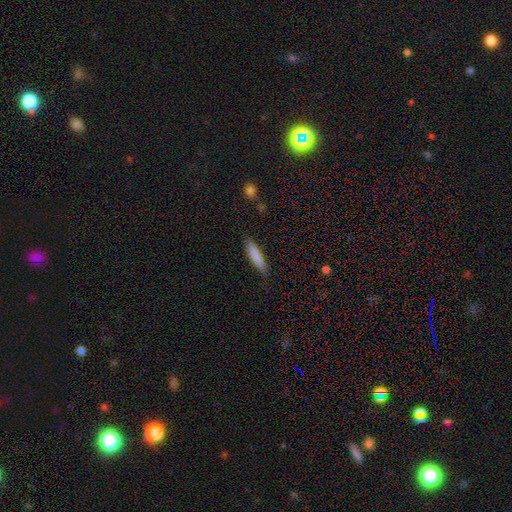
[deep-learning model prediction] Smooth or featured? smooth (82%)
How rounded? cigar-shaped (84%)
Merging? none (84%)